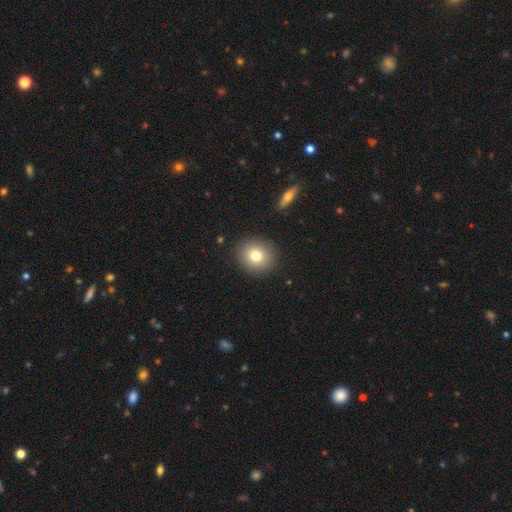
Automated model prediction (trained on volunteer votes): Morphology: type=smooth (79%); roundness=round (78%); merging=none (89%).